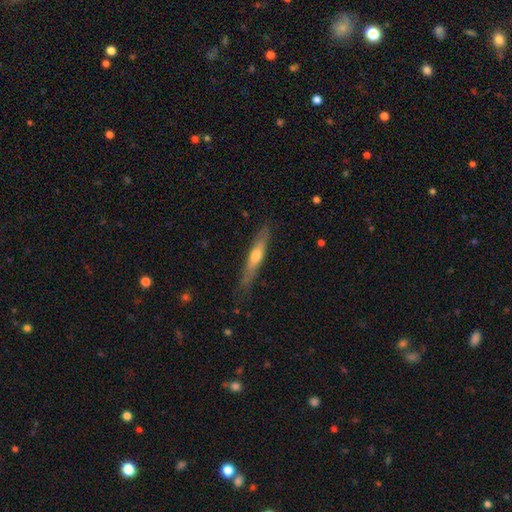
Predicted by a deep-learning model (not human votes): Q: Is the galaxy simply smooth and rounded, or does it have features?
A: featured or disk — 51%.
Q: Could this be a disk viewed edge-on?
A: yes — 89%.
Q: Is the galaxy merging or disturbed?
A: none — 77%.